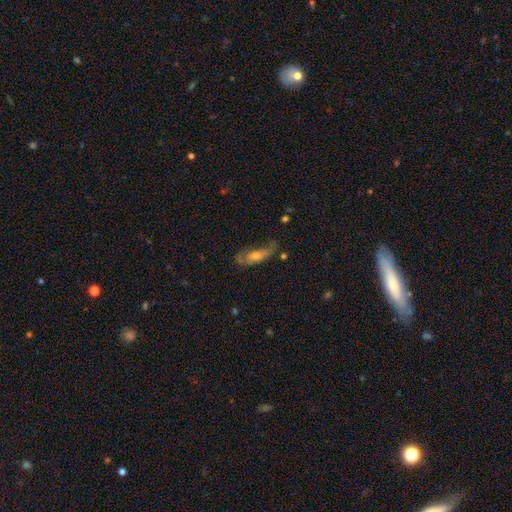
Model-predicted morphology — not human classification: Smooth or featured? Predicted: featured or disk (p=0.46). Merging? Predicted: none (p=0.45).